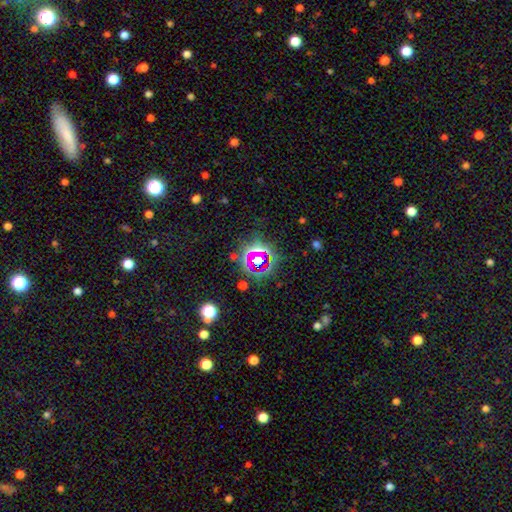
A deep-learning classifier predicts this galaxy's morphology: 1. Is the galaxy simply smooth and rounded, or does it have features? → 69% star or artifact, 20% smooth, 11% featured or disk.